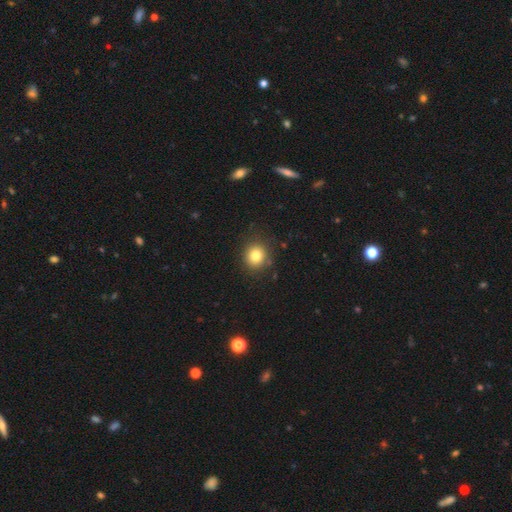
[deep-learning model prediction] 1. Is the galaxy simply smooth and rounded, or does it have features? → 80% smooth, 12% star or artifact, 7% featured or disk.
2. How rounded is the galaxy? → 84% round, 15% in between, 1% cigar-shaped.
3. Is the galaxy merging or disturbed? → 86% none, 9% minor disturbance, 3% major disturbance, 2% merger.